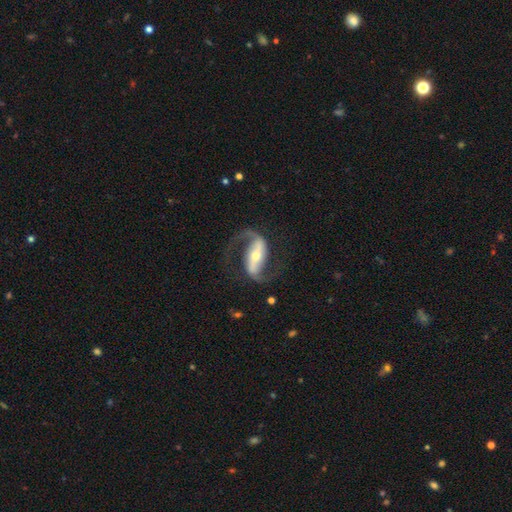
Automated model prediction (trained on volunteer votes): Smooth or featured? featured or disk (91%)
Edge-on disk? no (96%)
Bar? strong (65%)
Spiral arms? yes (97%)
Spiral winding? loose (54%)
Spiral arm count? 2 (93%)
Bulge size? small (49%)
Merging? none (76%)